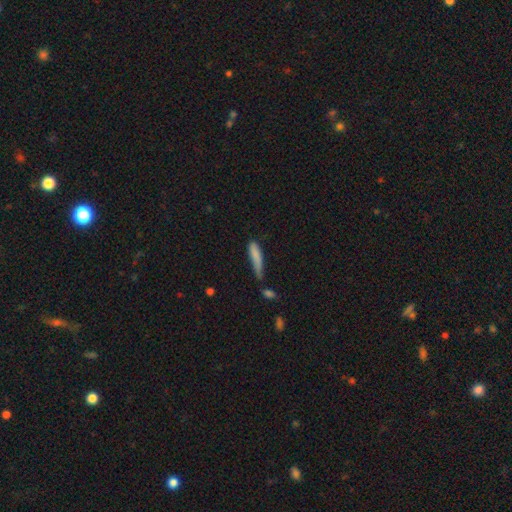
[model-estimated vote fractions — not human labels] Smooth or featured? Predicted: smooth (p=0.80). How rounded? Predicted: cigar-shaped (p=0.79). Merging? Predicted: none (p=0.39).